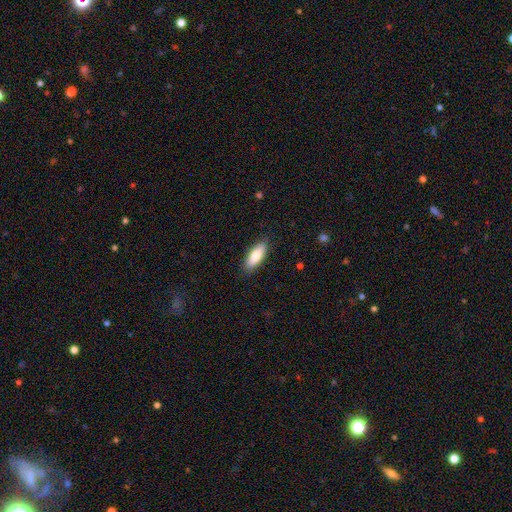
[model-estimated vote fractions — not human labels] Smooth or featured?
  - smooth: 80% *
  - featured or disk: 14%
  - star or artifact: 6%
How rounded?
  - in between: 70% *
  - cigar-shaped: 28%
  - round: 2%
Merging?
  - none: 88% *
  - minor disturbance: 10%
  - major disturbance: 2%
  - merger: 1%